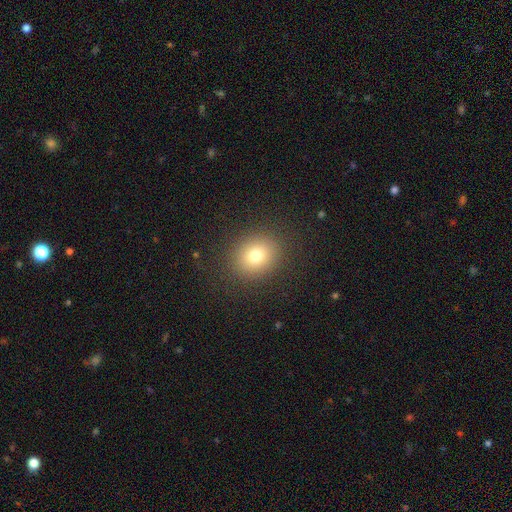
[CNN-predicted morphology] type=smooth (76%); roundness=round (71%); merging=none (89%).